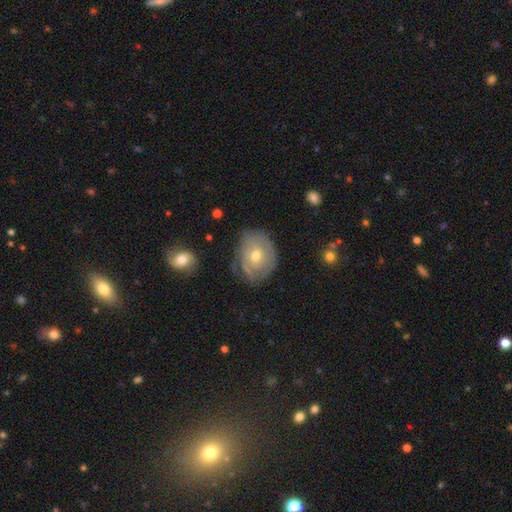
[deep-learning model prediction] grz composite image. It shows a featured or disk galaxy (59%) with no bar (80%), spiral arms (69%) and a moderate central bulge (59%). Merging: none (64%).